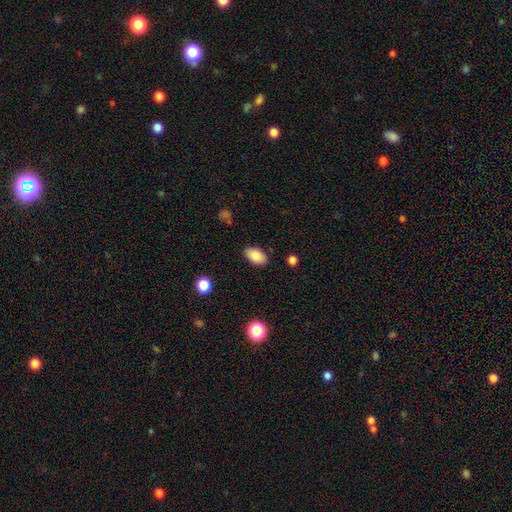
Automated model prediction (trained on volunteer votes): Smooth or featured? Predicted: smooth (p=0.87). How rounded? Predicted: in between (p=0.93). Merging? Predicted: none (p=0.85).